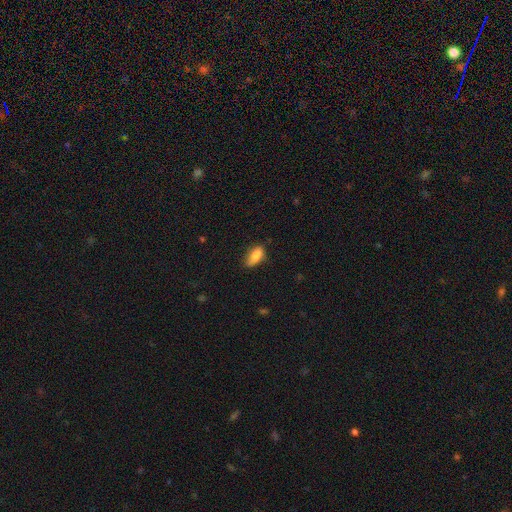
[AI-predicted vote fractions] Q: Smooth or featured?
A: smooth (81%); runner-up: featured or disk (11%)
Q: How rounded?
A: in between (86%); runner-up: cigar-shaped (11%)
Q: Merging?
A: none (69%); runner-up: minor disturbance (25%)